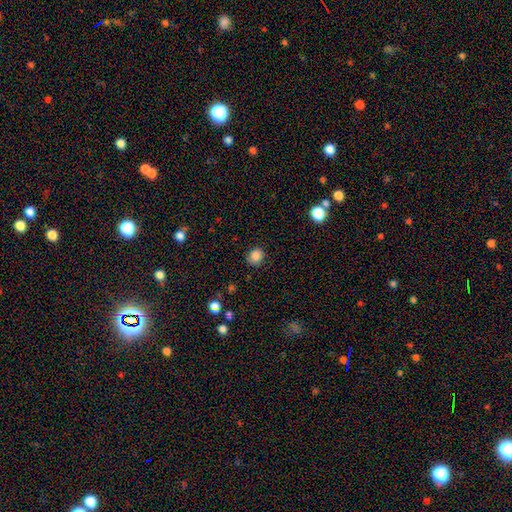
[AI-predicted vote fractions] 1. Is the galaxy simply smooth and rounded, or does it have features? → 85% smooth, 11% star or artifact, 4% featured or disk.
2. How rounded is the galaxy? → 72% round, 27% in between, 1% cigar-shaped.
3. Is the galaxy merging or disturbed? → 85% none, 11% minor disturbance, 3% major disturbance, 1% merger.